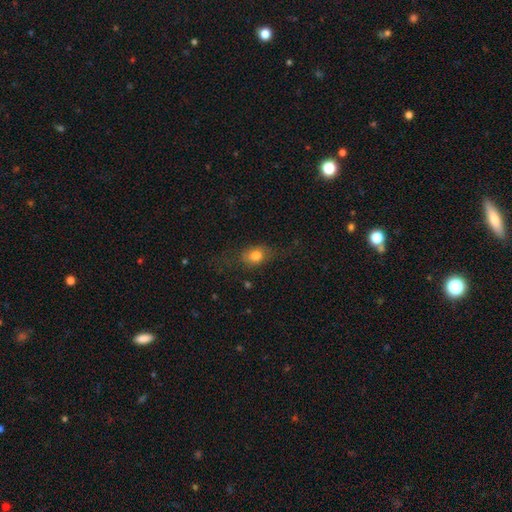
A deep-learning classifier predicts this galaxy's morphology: Smooth or featured: smooth — 75% (featured or disk — 15%)
How rounded: in between — 56% (round — 40%)
Merging: none — 58% (minor disturbance — 23%)